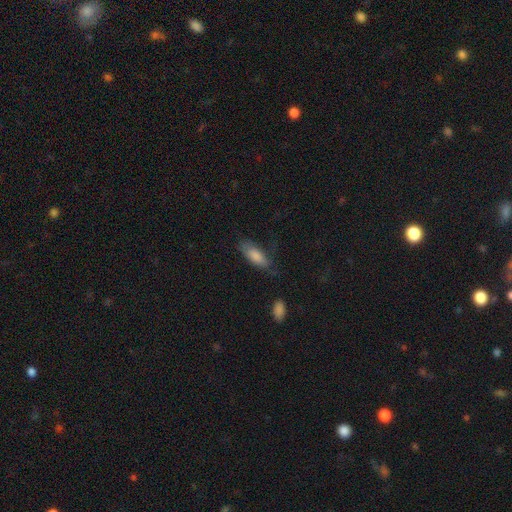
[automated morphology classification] smooth 80%, featured or disk 13%, star or artifact 7%. Down the decision tree: how rounded — in between (78%); merging — none (55%).